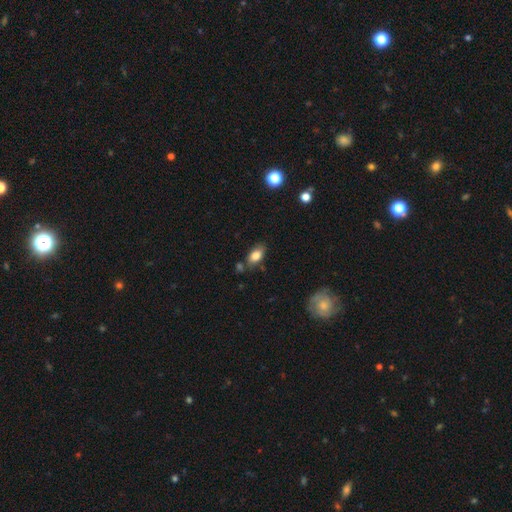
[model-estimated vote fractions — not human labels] A smooth galaxy with no disk features (81%) that is in between round and cigar-shaped (89%).

Vote fractions:
- Smooth or featured? smooth: 81% / featured or disk: 11% / star or artifact: 8%
- How rounded? in between: 89% / round: 7% / cigar-shaped: 4%
- Merging? none: 70% / minor disturbance: 18% / merger: 8% / major disturbance: 4%